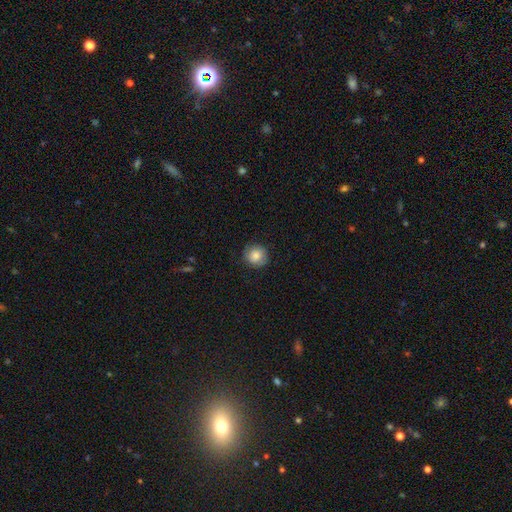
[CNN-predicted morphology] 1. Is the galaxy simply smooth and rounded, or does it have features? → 77% smooth, 15% featured or disk, 8% star or artifact.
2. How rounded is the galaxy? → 90% round, 9% in between, 1% cigar-shaped.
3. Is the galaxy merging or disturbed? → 81% none, 14% minor disturbance, 4% major disturbance, 1% merger.